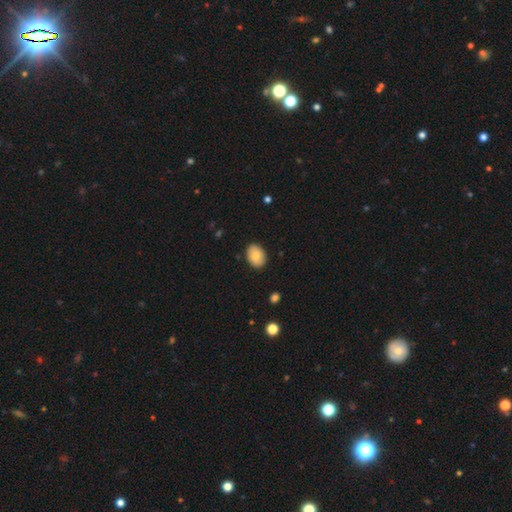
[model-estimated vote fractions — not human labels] Morphology: type=smooth (81%); roundness=in between (77%); merging=none (87%).